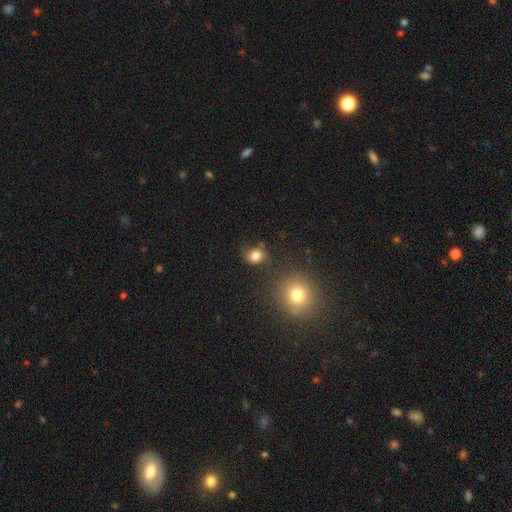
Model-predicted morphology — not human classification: Smooth or featured? Predicted: smooth (p=0.79). How rounded? Predicted: round (p=0.63). Merging? Predicted: none (p=0.63).